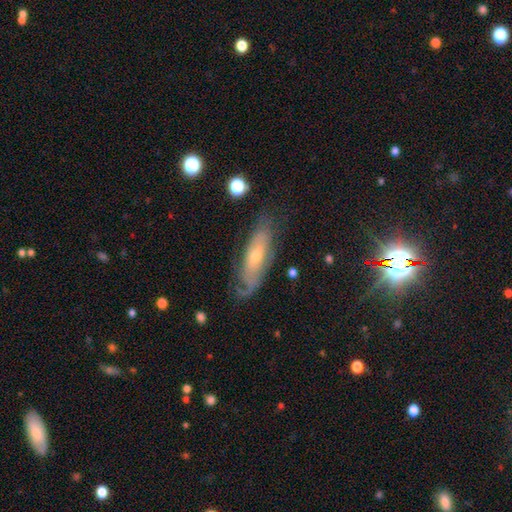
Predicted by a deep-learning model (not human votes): featured or disk 65%, smooth 25%, star or artifact 9%. Down the decision tree: edge-on disk — no (71%); merging — none (66%).